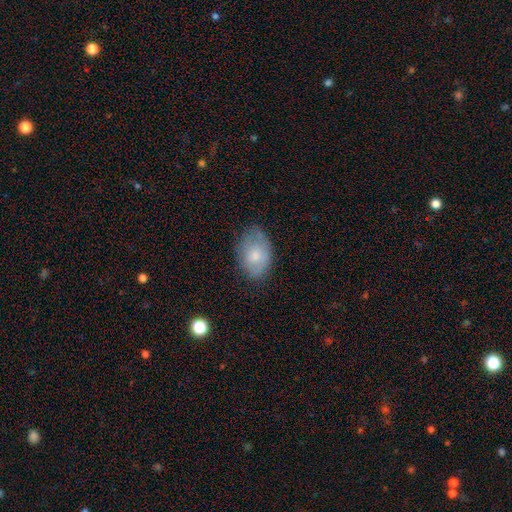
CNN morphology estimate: Smooth or featured? smooth (69%)
How rounded? in between (85%)
Merging? none (67%)